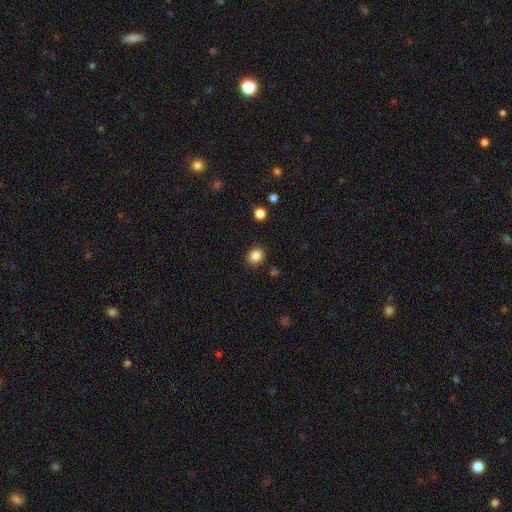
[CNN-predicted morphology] Overall: smooth (85%). How rounded: round (80%). Merging: none (88%).